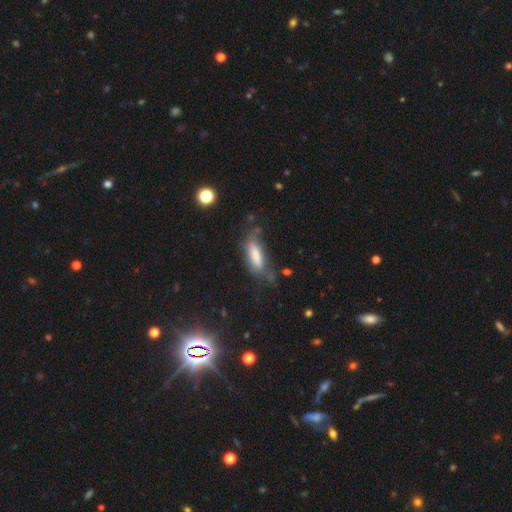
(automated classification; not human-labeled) A smooth galaxy with no disk features (71%) that is in between round and cigar-shaped (50%).

Vote fractions:
- Smooth or featured? smooth: 71% / featured or disk: 21% / star or artifact: 8%
- How rounded? in between: 50% / cigar-shaped: 48% / round: 2%
- Merging? none: 48% / minor disturbance: 29% / major disturbance: 17% / merger: 5%